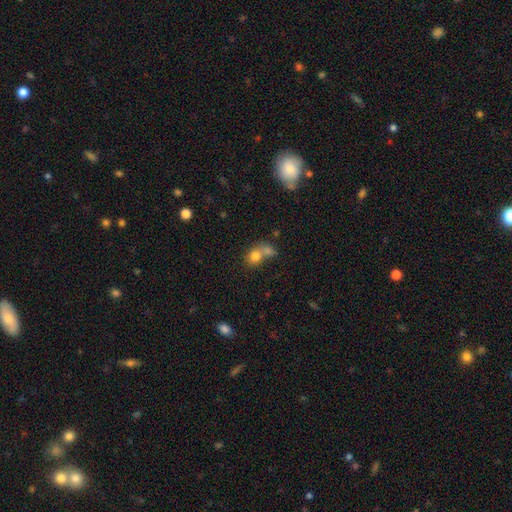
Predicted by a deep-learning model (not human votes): Smooth or featured? Predicted: smooth (p=0.76). How rounded? Predicted: round (p=0.61). Merging? Predicted: merger (p=0.53).